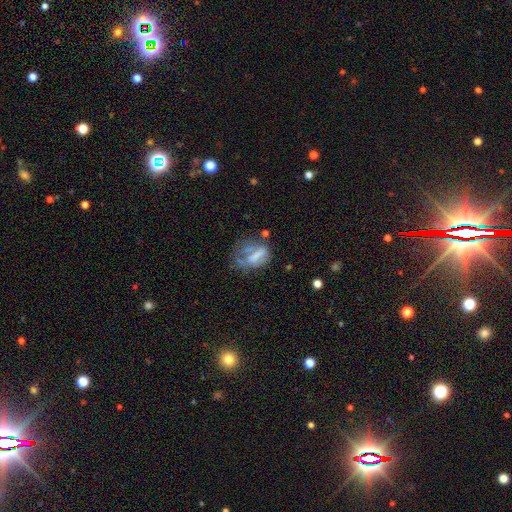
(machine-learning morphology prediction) A smooth galaxy with no disk features (44%, tied with featured or disk). Merging: major disturbance (37%).